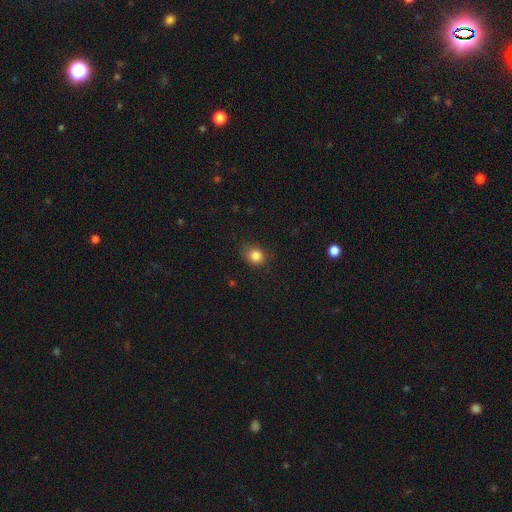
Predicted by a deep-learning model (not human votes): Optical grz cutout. It shows a smooth galaxy with no disk features (83%) that is round (67%). Merging: none (77%).